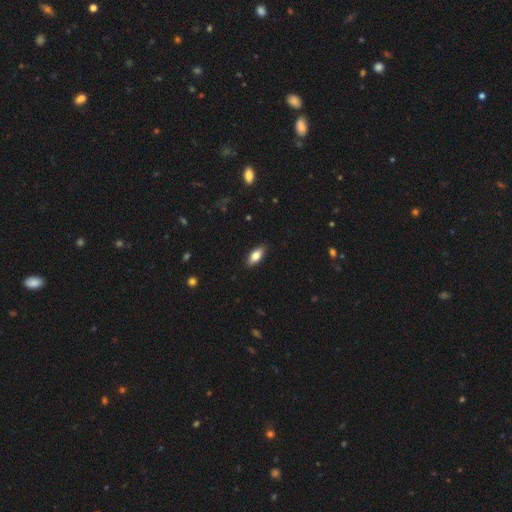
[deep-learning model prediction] smooth_or_featured: smooth (p=0.78) [alt: featured or disk p=0.15]
how_rounded: in between (p=0.83) [alt: cigar-shaped p=0.15]
merging: none (p=0.88) [alt: minor disturbance p=0.09]